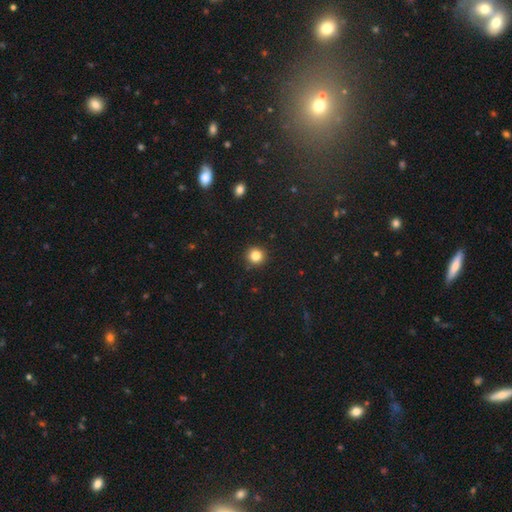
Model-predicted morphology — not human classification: Smooth or featured: smooth — 83% (star or artifact — 12%)
How rounded: round — 94% (in between — 5%)
Merging: none — 92% (minor disturbance — 5%)